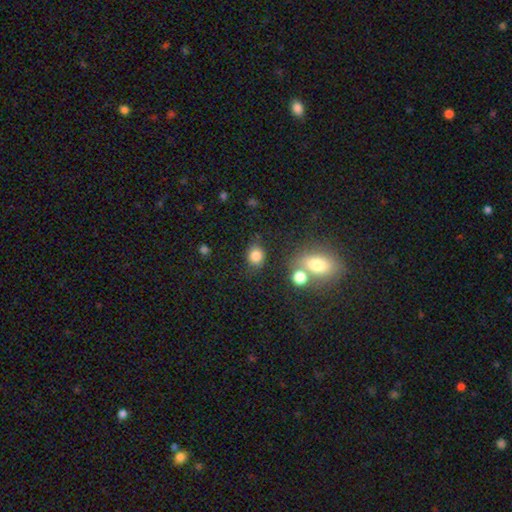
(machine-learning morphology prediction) Q: Smooth or featured?
A: smooth (82%); runner-up: star or artifact (12%)
Q: How rounded?
A: round (60%); runner-up: in between (39%)
Q: Merging?
A: none (73%); runner-up: minor disturbance (14%)